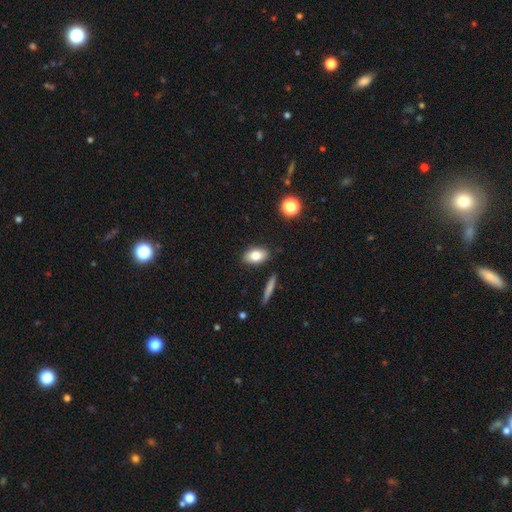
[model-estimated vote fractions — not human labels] Morphology: type=smooth (81%); roundness=in between (86%); merging=none (86%).